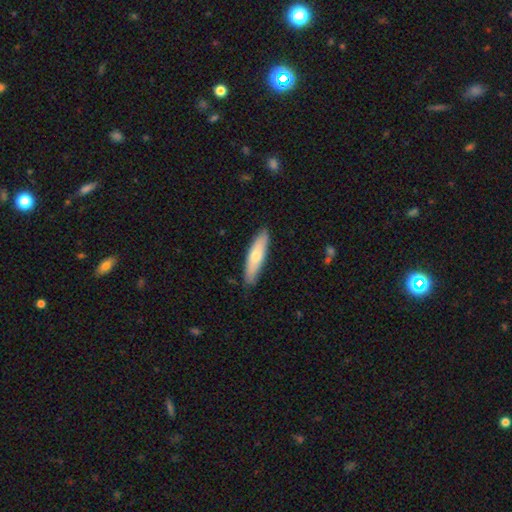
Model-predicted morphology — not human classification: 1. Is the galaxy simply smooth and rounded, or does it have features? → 64% smooth, 31% featured or disk, 5% star or artifact.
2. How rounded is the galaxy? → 71% cigar-shaped, 27% in between, 2% round.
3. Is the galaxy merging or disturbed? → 86% none, 11% minor disturbance, 2% major disturbance, 1% merger.